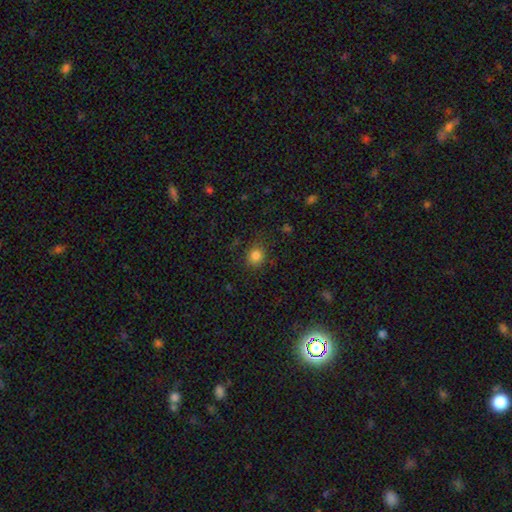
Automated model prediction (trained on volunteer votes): A smooth galaxy with no disk features (83%) that is round (78%).

Vote fractions:
- Smooth or featured? smooth: 83% / star or artifact: 13% / featured or disk: 4%
- How rounded? round: 78% / in between: 21% / cigar-shaped: 1%
- Merging? none: 82% / minor disturbance: 12% / major disturbance: 4% / merger: 2%